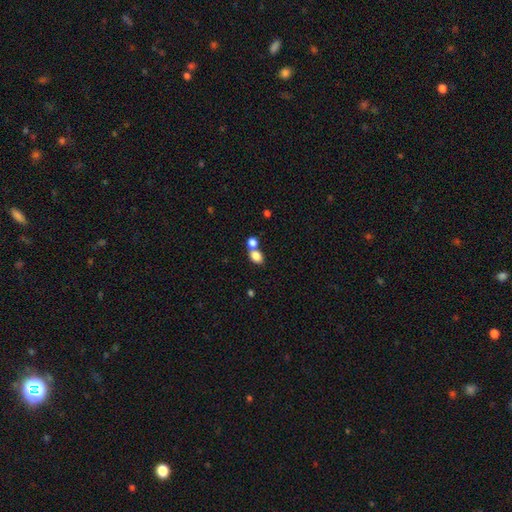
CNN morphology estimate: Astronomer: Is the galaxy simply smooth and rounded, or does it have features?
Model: smooth — 83%.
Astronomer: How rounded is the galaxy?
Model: in between — 67%.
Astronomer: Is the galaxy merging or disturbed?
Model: merger — 45% (runner-up: none, 42%).